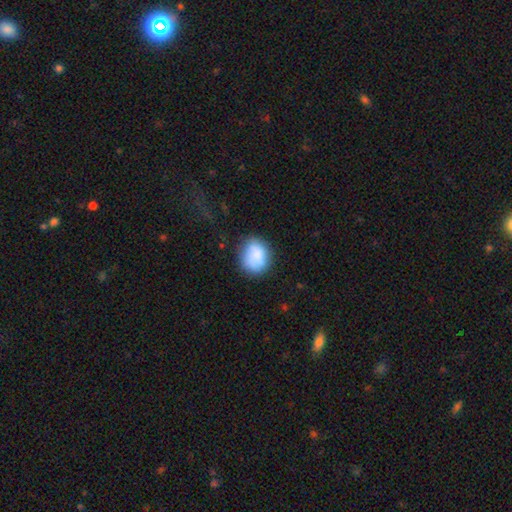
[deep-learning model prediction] A smooth galaxy with no disk features (84%) that is round (61%).

Vote fractions:
- Smooth or featured? smooth: 84% / featured or disk: 8% / star or artifact: 8%
- How rounded? round: 61% / in between: 38% / cigar-shaped: 1%
- Merging? none: 72% / minor disturbance: 19% / major disturbance: 6% / merger: 3%